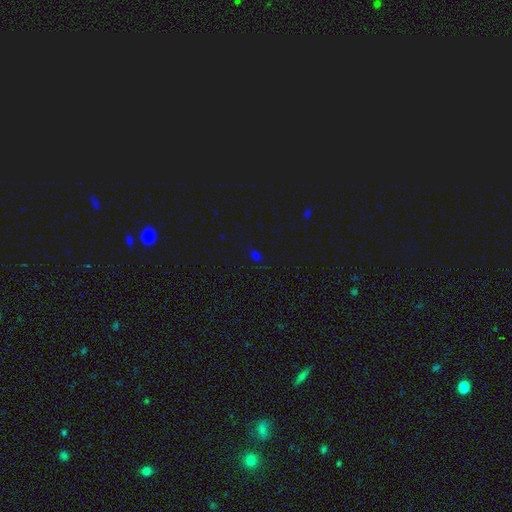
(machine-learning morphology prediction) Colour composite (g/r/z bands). It shows a smooth galaxy with no disk features (52%) that is in between round and cigar-shaped (64%). Merging: none (76%).